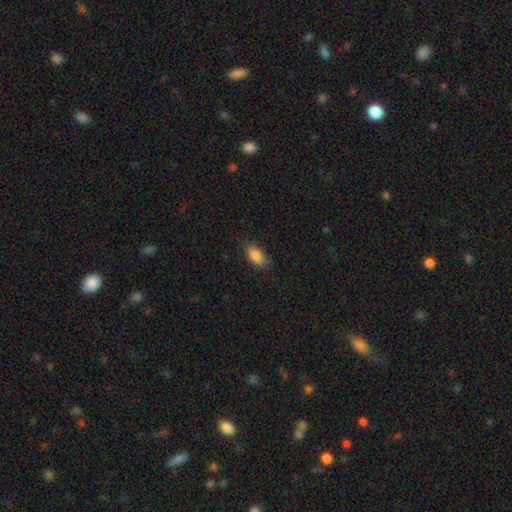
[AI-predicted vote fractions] The model was most divided on "merging": none: 74%, minor disturbance: 21%, major disturbance: 4%, merger: 1%. More confident: how rounded — in between (89%); smooth or featured — smooth (84%).